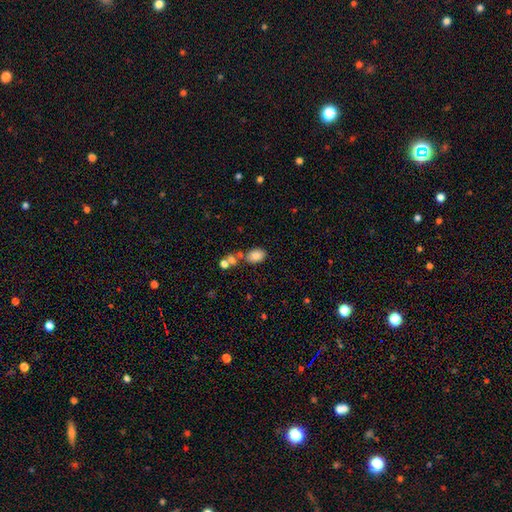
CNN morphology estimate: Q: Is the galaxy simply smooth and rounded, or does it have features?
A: smooth — 82%.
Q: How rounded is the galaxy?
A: in between — 86%.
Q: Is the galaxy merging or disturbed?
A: none — 60%.